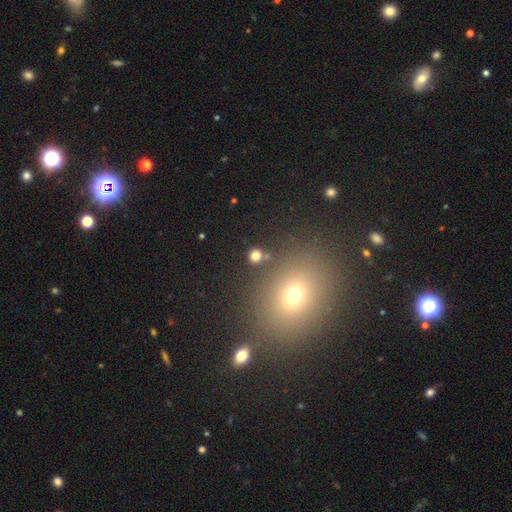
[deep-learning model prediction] smooth 76%, star or artifact 18%, featured or disk 6%. Down the decision tree: how rounded — round (85%); merging — none (82%).